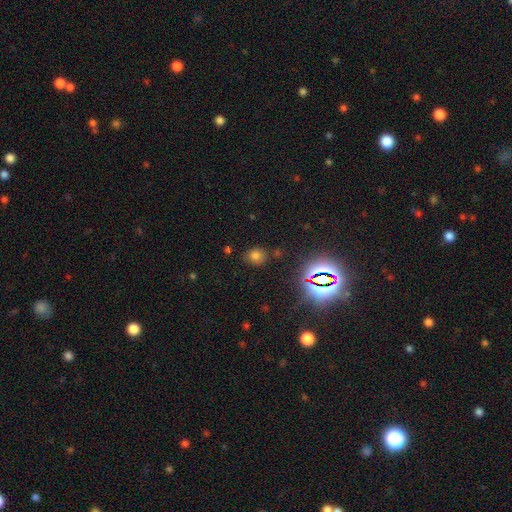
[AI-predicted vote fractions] smooth 67%, star or artifact 26%, featured or disk 8%. Down the decision tree: how rounded — round (70%); merging — none (81%).